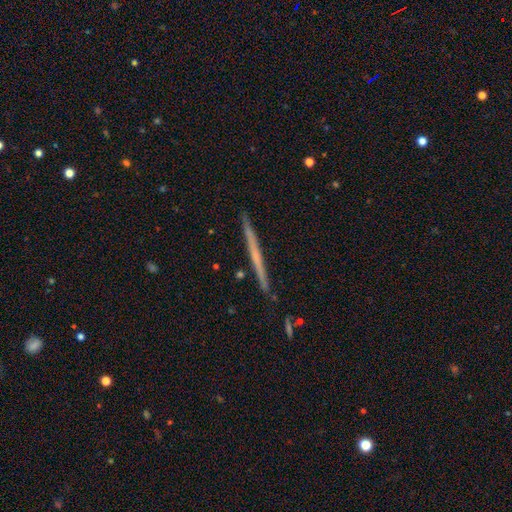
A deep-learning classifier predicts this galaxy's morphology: Q: Smooth or featured?
A: featured or disk (56%); runner-up: smooth (38%)
Q: Edge-on disk?
A: yes (98%); runner-up: no (2%)
Q: Edge-on bulge?
A: none (89%); runner-up: rounded (8%)
Q: Merging?
A: none (91%); runner-up: minor disturbance (6%)